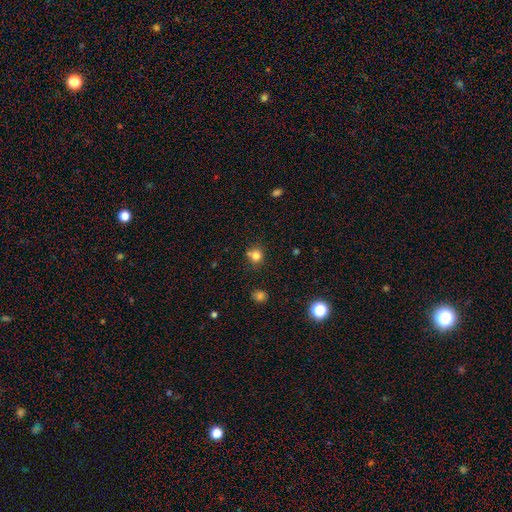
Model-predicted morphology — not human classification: The model was most divided on "merging": none: 65%, merger: 18%, minor disturbance: 13%, major disturbance: 4%. More confident: how rounded — round (85%); smooth or featured — smooth (78%).